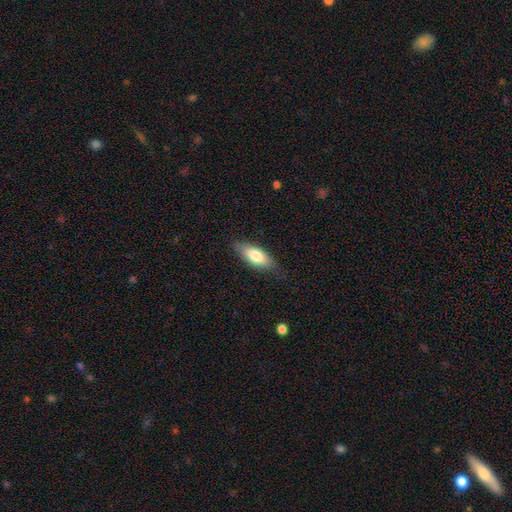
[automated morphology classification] This appears to be a smooth galaxy with no disk features (77%) that is in between round and cigar-shaped (75%). Merging: none (78%).